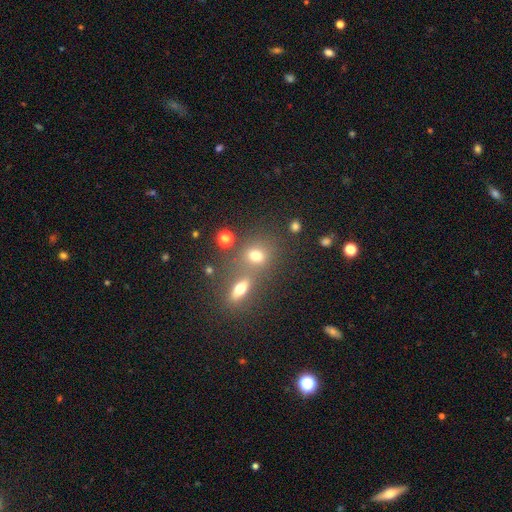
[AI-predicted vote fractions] This is likely a smooth galaxy (71%). How rounded: likely round (70%). Merging: possibly none (59%).